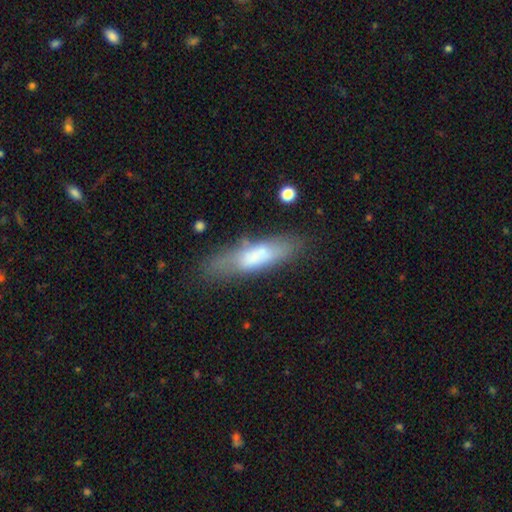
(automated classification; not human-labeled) This appears to be a smooth galaxy with no disk features (65%) that is cigar-shaped (60%). Merging: none (68%).